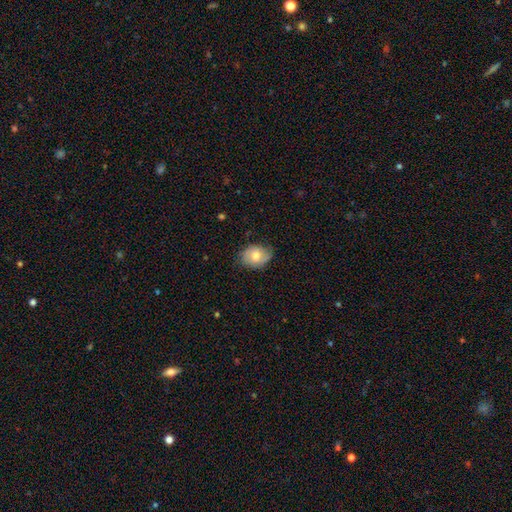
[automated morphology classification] This is likely a smooth galaxy (68%). How rounded: likely in between (65%). Merging: likely none (74%).